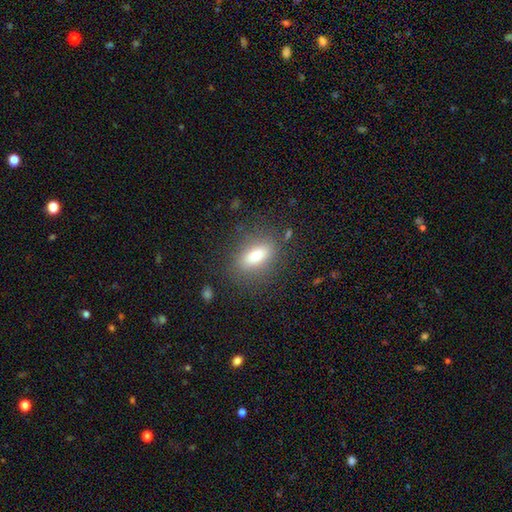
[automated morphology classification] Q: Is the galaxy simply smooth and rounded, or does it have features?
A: smooth — 78%.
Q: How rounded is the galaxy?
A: in between — 77%.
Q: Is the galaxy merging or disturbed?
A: none — 81%.